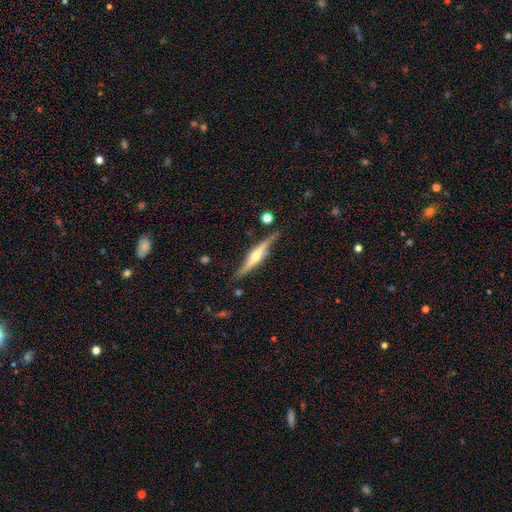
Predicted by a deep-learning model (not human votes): Smooth or featured: featured or disk — 77% (smooth — 18%)
Edge-on disk: yes — 92% (no — 8%)
Edge-on bulge: rounded — 89% (boxy — 6%)
Merging: none — 76% (minor disturbance — 17%)